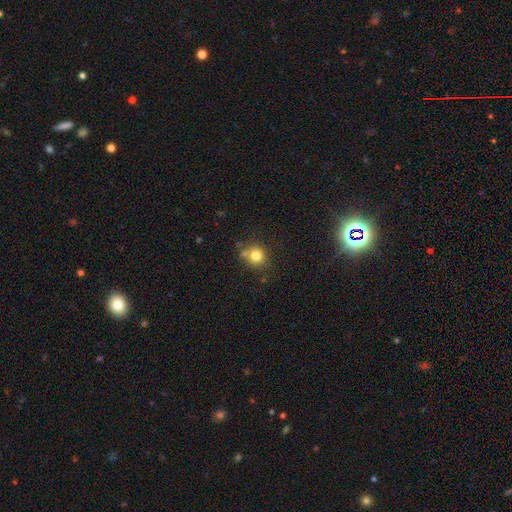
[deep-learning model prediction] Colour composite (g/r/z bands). It shows a smooth galaxy with no disk features (79%) that is round (87%). Merging: none (66%).